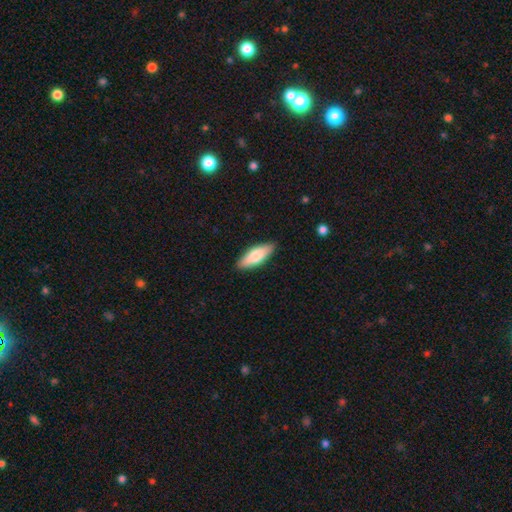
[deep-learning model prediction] Smooth or featured? Predicted: smooth (p=0.77). How rounded? Predicted: in between (p=0.63). Merging? Predicted: none (p=0.87).